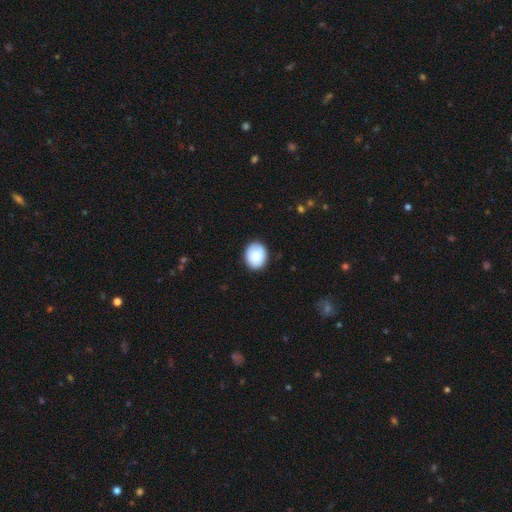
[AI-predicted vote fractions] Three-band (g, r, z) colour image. It shows a smooth galaxy with no disk features (80%) that is round (53%). Merging: none (88%).